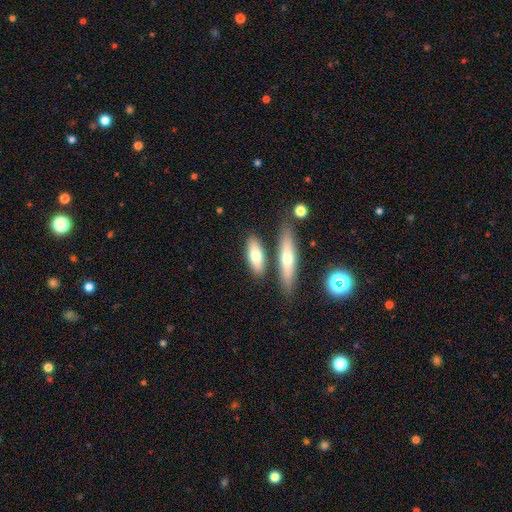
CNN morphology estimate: A smooth galaxy with no disk features (71%) that is in between round and cigar-shaped (60%).

Vote fractions:
- Smooth or featured? smooth: 71% / featured or disk: 23% / star or artifact: 6%
- How rounded? in between: 60% / cigar-shaped: 37% / round: 3%
- Merging? none: 71% / merger: 14% / minor disturbance: 11% / major disturbance: 3%